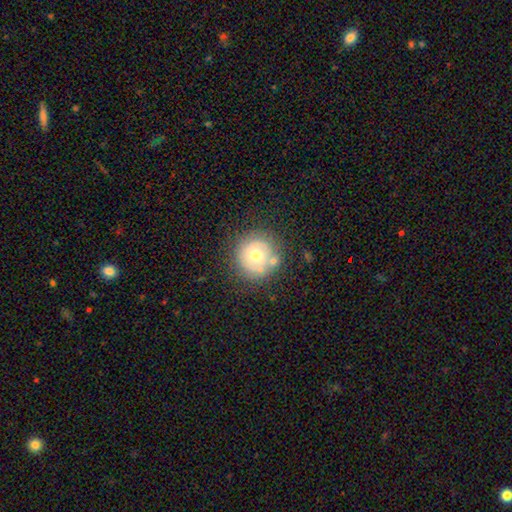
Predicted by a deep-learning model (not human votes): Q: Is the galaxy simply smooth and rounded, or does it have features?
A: smooth — 49%.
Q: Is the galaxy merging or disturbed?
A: none — 72%.